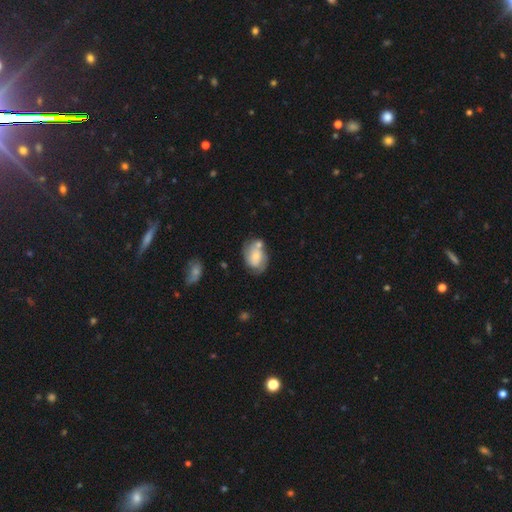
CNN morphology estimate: Smooth or featured? smooth (52%)
How rounded? in between (72%)
Merging? none (44%)